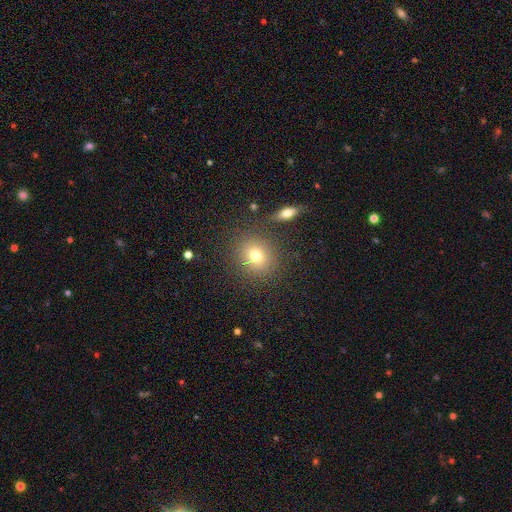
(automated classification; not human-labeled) Smooth or featured? smooth (74%)
How rounded? round (78%)
Merging? none (84%)